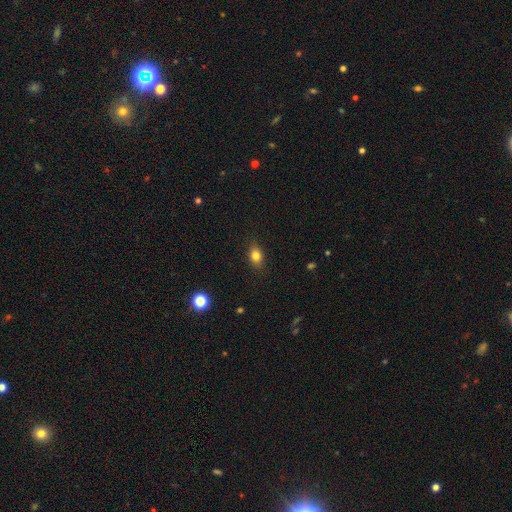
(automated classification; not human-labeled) This is clearly a smooth galaxy (81%). How rounded: likely in between (73%). Merging: clearly none (85%).